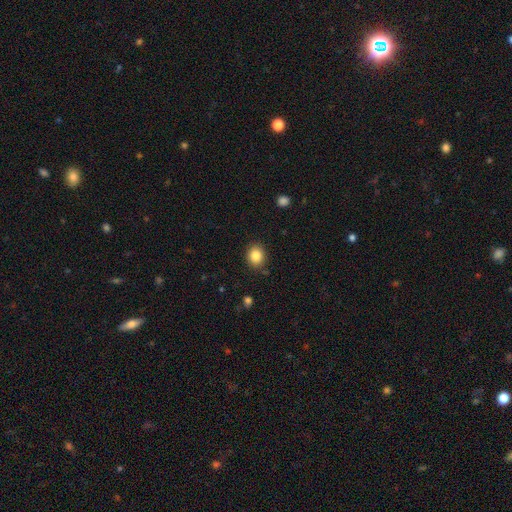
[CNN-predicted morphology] smooth 84%, star or artifact 10%, featured or disk 6%. Down the decision tree: how rounded — round (65%); merging — none (86%).